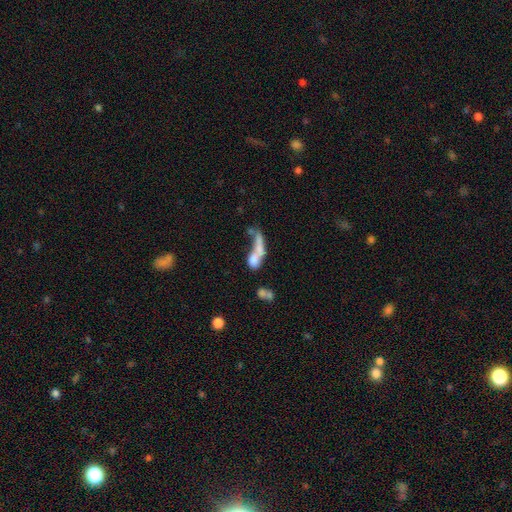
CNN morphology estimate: Smooth or featured? smooth (54%)
How rounded? in between (52%)
Merging? merger (56%)